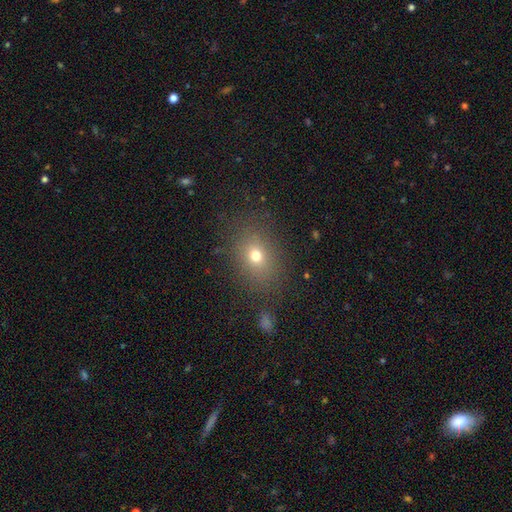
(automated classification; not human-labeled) The model was most divided on "how rounded": in between: 56%, round: 43%, cigar-shaped: 1%. More confident: merging — none (82%); smooth or featured — smooth (71%).